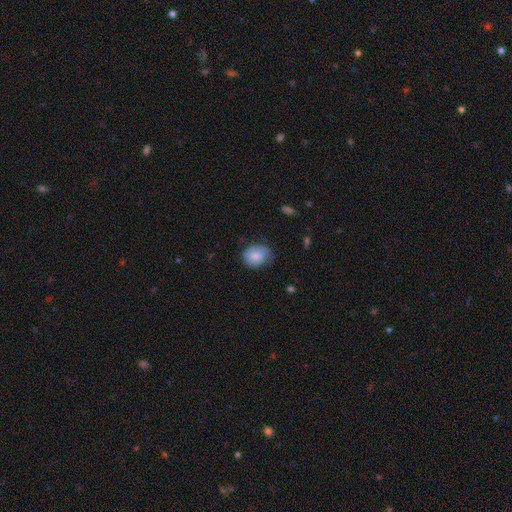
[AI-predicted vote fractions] The model was most divided on "how rounded": round: 51%, in between: 48%, cigar-shaped: 1%. More confident: smooth or featured — smooth (79%); merging — none (58%).